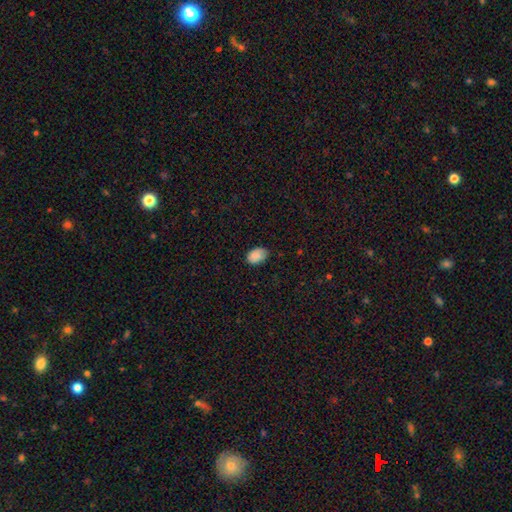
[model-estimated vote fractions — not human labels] smooth 86%, star or artifact 8%, featured or disk 6%. Down the decision tree: how rounded — in between (83%); merging — none (72%).